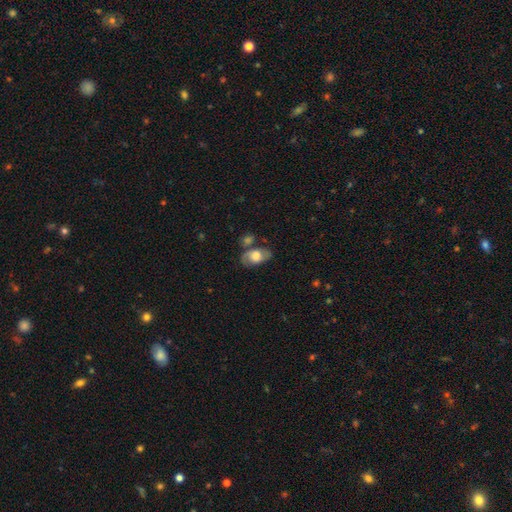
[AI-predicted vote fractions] This is possibly a featured or disk galaxy (48%). Merging: possibly none (59%).